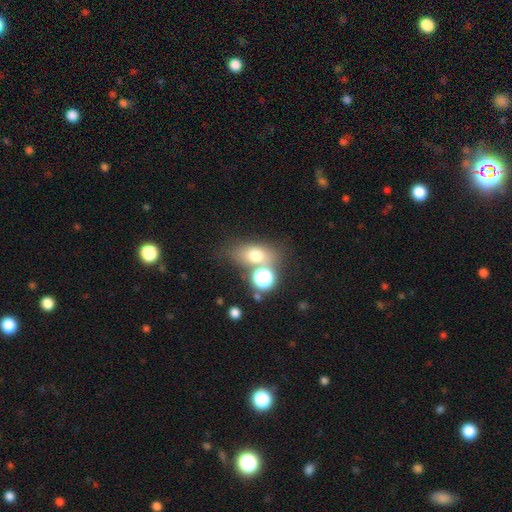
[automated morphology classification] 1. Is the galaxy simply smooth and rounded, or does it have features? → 68% smooth, 17% star or artifact, 16% featured or disk.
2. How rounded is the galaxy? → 64% in between, 32% round, 4% cigar-shaped.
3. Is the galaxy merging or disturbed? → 57% none, 24% merger, 13% minor disturbance, 7% major disturbance.